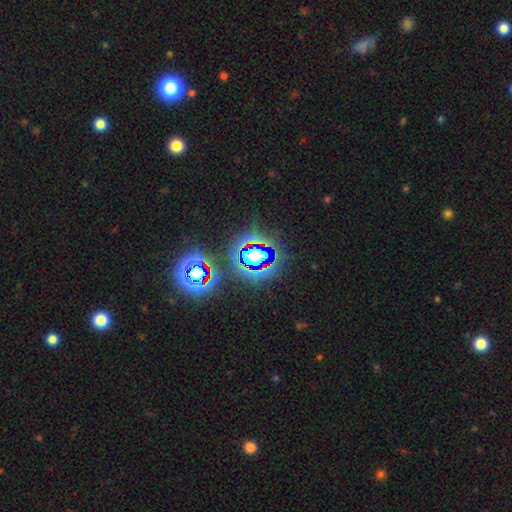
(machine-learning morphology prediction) The model was most divided on "smooth or featured": star or artifact: 80%, smooth: 12%, featured or disk: 8%.